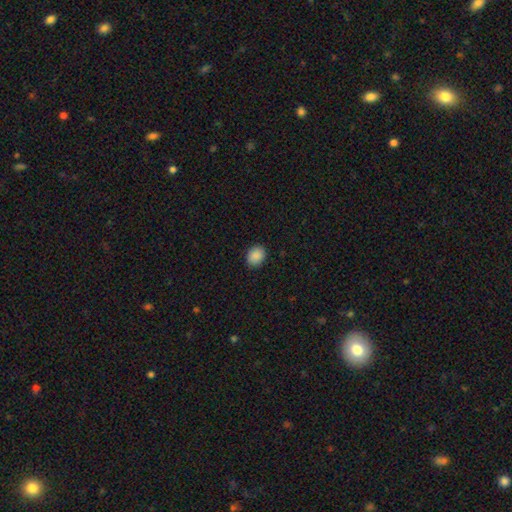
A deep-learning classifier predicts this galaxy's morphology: Smooth or featured?
  - smooth: 89% *
  - star or artifact: 8%
  - featured or disk: 3%
How rounded?
  - in between: 50% *
  - round: 49%
  - cigar-shaped: 1%
Merging?
  - none: 89% *
  - minor disturbance: 8%
  - major disturbance: 2%
  - merger: 1%